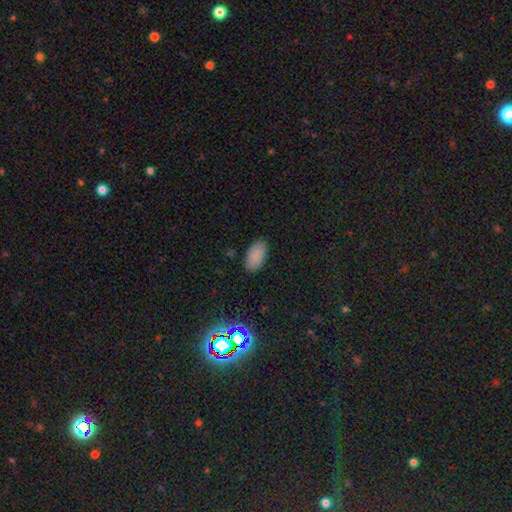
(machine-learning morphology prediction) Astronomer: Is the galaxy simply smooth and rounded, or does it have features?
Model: smooth — 87%.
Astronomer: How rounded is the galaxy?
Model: in between — 95%.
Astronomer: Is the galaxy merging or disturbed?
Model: none — 85%.